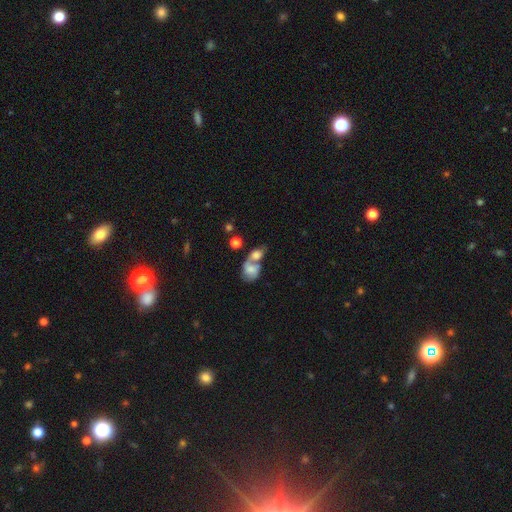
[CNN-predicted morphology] This is possibly a smooth galaxy (57%). How rounded: likely in between (61%). Merging: likely merger (68%).